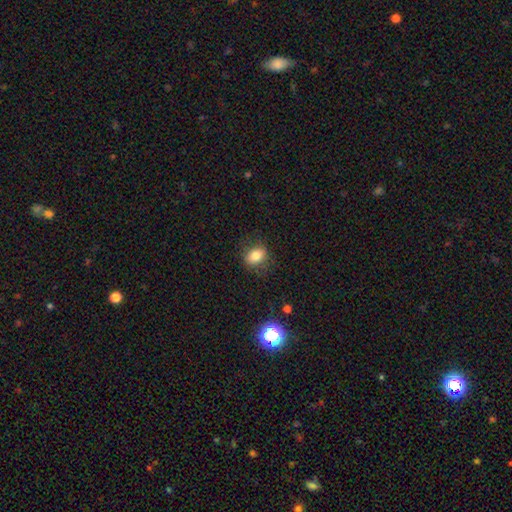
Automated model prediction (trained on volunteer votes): Smooth or featured?
  - smooth: 79% *
  - star or artifact: 12%
  - featured or disk: 9%
How rounded?
  - in between: 61% *
  - round: 37%
  - cigar-shaped: 1%
Merging?
  - none: 80% *
  - minor disturbance: 14%
  - major disturbance: 5%
  - merger: 1%